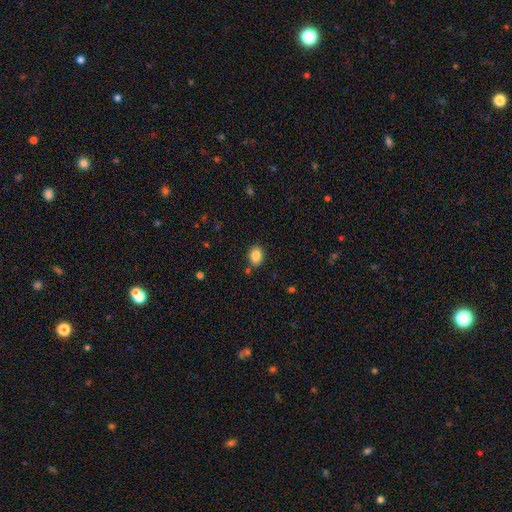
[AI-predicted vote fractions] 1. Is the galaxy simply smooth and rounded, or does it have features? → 86% smooth, 9% star or artifact, 5% featured or disk.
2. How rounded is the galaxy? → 65% in between, 34% round, 1% cigar-shaped.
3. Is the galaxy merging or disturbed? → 81% none, 11% minor disturbance, 4% merger, 3% major disturbance.